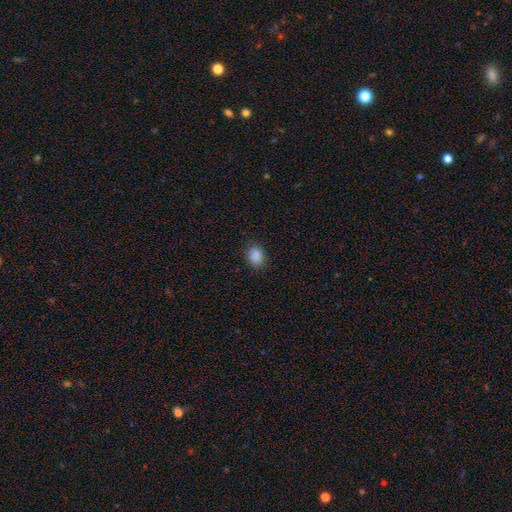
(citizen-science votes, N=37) smooth 92%, star or artifact 5%, featured or disk 3%. Down the decision tree: how rounded — round (50%, tied with in between); merging — none (94%).